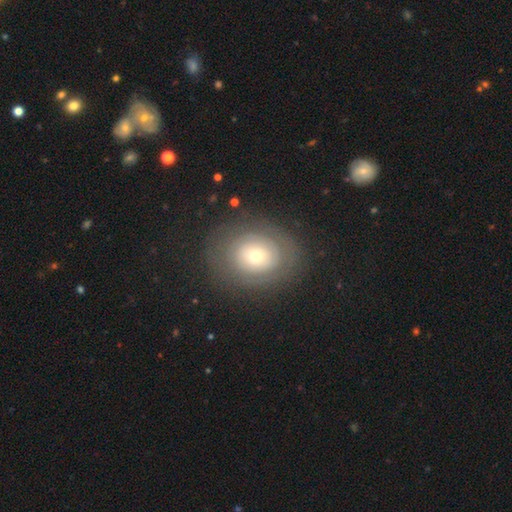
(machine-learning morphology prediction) smooth 50%, featured or disk 41%, star or artifact 9%. Down the decision tree: merging — none (79%).